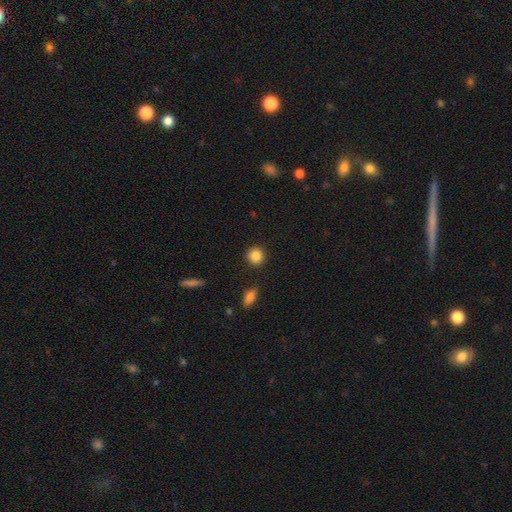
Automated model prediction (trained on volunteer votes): Q: Smooth or featured?
A: smooth (86%); runner-up: star or artifact (9%)
Q: How rounded?
A: round (91%); runner-up: in between (8%)
Q: Merging?
A: none (90%); runner-up: minor disturbance (6%)